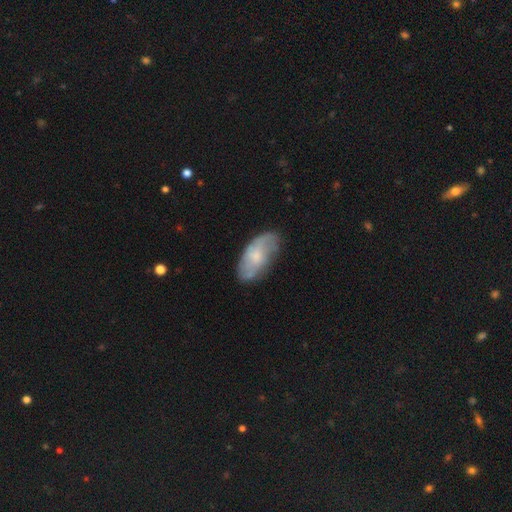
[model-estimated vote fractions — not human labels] smooth 50%, featured or disk 44%, star or artifact 7%. Down the decision tree: merging — none (66%).